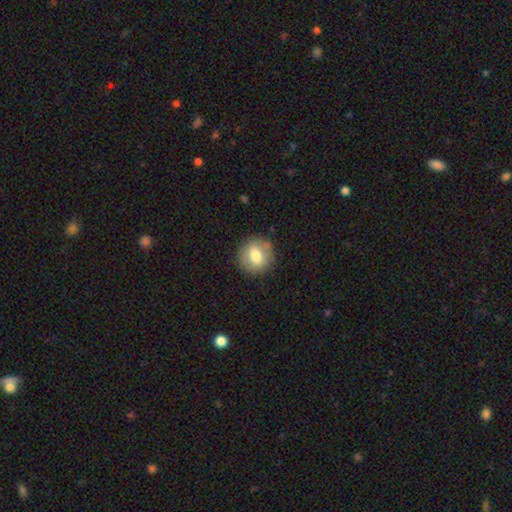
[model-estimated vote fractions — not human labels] The model was most divided on "smooth or featured": smooth: 70%, featured or disk: 22%, star or artifact: 8%. More confident: how rounded — round (86%); merging — none (85%).